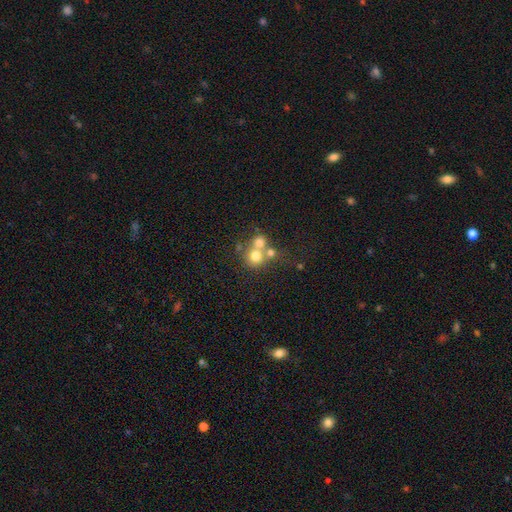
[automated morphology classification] Overall: smooth (67%). How rounded: round (86%). Merging: merger (53%; none 37%).